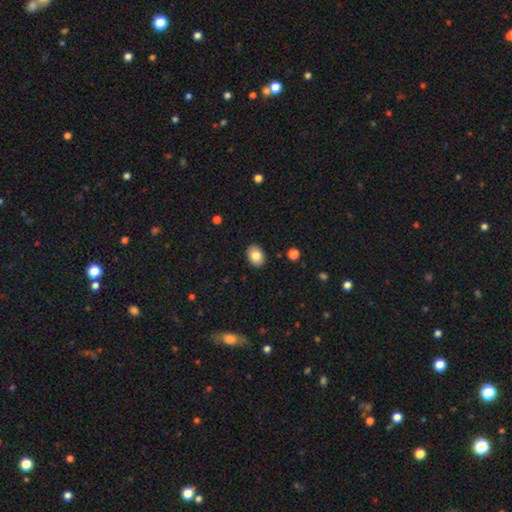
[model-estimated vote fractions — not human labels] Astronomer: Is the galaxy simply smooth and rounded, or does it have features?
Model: smooth — 84%.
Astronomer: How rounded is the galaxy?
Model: in between — 70%.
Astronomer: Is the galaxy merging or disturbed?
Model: none — 89%.